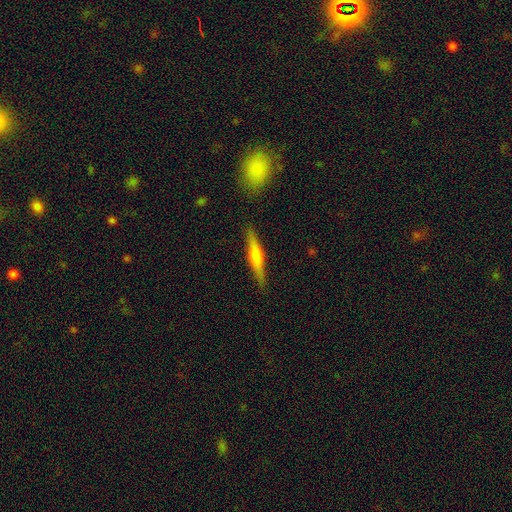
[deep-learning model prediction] A featured or disk galaxy (59%) viewed edge-on (97%) with a rounded central bulge (82%).

Vote fractions:
- Smooth or featured? featured or disk: 59% / smooth: 35% / star or artifact: 6%
- Edge-on disk? yes: 97% / no: 3%
- Edge-on bulge? rounded: 82% / none: 9% / boxy: 9%
- Merging? none: 89% / minor disturbance: 8% / major disturbance: 2% / merger: 1%